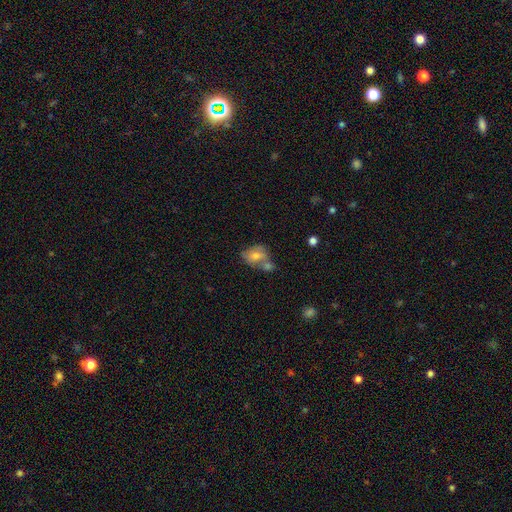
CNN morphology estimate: Smooth or featured: smooth — 63% (featured or disk — 27%)
How rounded: in between — 62% (round — 36%)
Merging: merger — 46% (none — 34%)